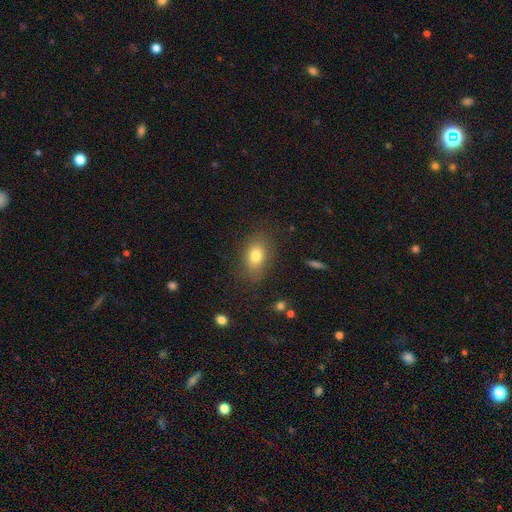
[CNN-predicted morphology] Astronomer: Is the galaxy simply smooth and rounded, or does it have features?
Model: smooth — 78%.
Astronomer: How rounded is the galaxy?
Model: in between — 79%.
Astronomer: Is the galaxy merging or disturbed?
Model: none — 80%.